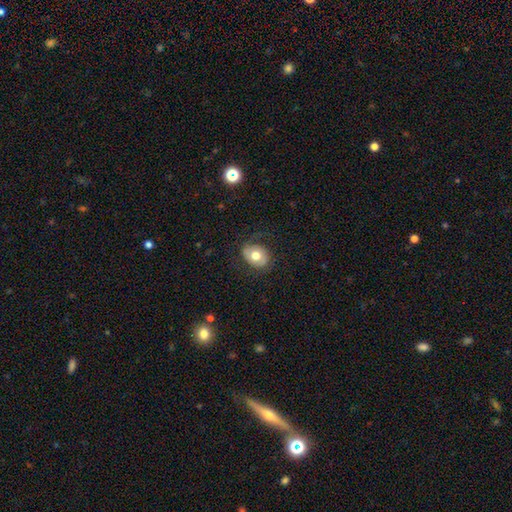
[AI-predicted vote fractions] Q: Smooth or featured?
A: smooth (66%); runner-up: featured or disk (27%)
Q: How rounded?
A: in between (63%); runner-up: round (36%)
Q: Merging?
A: none (74%); runner-up: minor disturbance (17%)